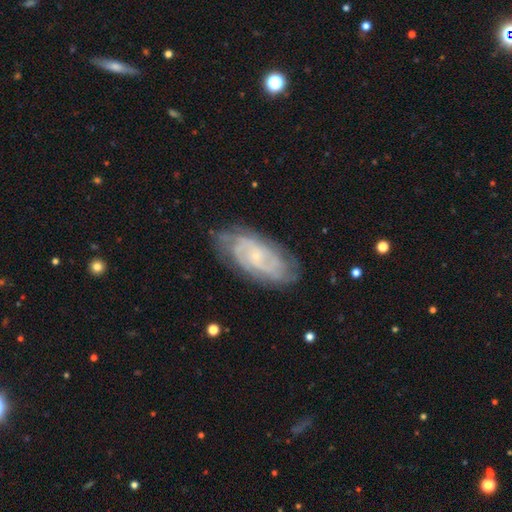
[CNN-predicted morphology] A featured or disk galaxy (82%) with no bar (66%), tight (66%) spiral arms (95%) and a small central bulge (80%).

Vote fractions:
- Smooth or featured? featured or disk: 82% / smooth: 11% / star or artifact: 6%
- Edge-on disk? no: 95% / yes: 5%
- Bar? no: 66% / weak: 28% / strong: 6%
- Spiral arms? yes: 95% / no: 5%
- Spiral winding? tight: 66% / medium: 28% / loose: 6%
- Spiral arm count? can't tell: 34% / 2: 31% / 3: 16% / 4: 10% / more than 4: 5% / 1: 5%
- Bulge size? small: 80% / moderate: 13% / none: 5% / large: 1% / dominant: 1%
- Merging? none: 76% / minor disturbance: 18% / major disturbance: 5% / merger: 1%